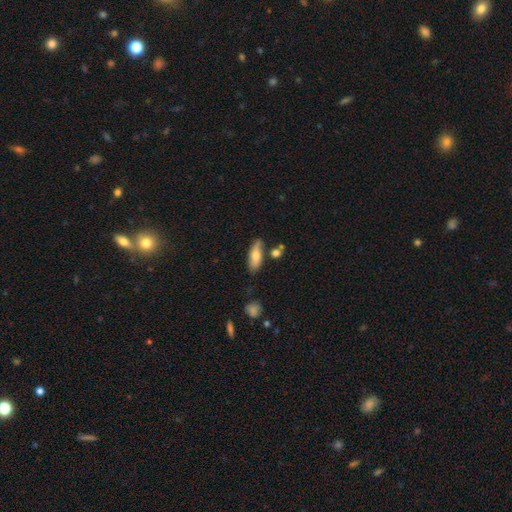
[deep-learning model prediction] Smooth or featured? smooth (69%)
How rounded? in between (69%)
Merging? none (69%)